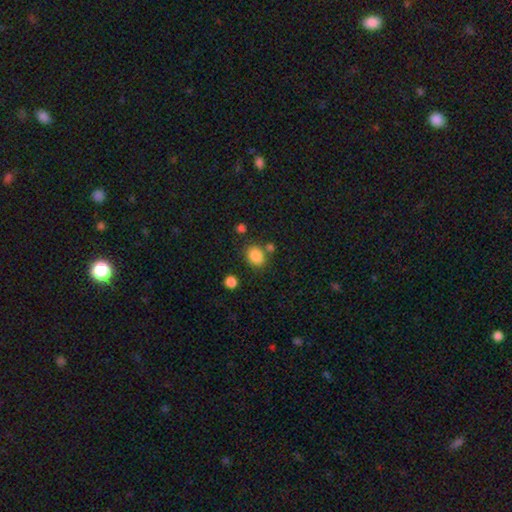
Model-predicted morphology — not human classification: The model was most divided on "how rounded": in between: 55%, round: 44%, cigar-shaped: 1%. More confident: smooth or featured — smooth (85%); merging — none (73%).